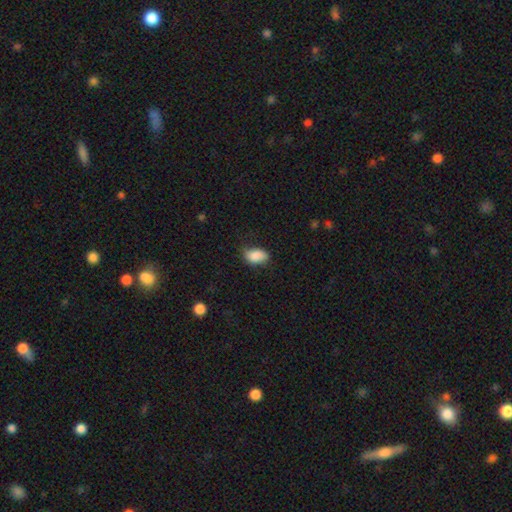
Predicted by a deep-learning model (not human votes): Morphology: type=smooth (87%); roundness=in between (90%); merging=none (66%).